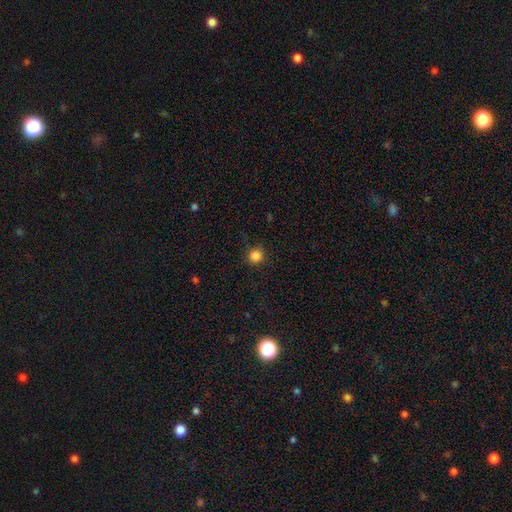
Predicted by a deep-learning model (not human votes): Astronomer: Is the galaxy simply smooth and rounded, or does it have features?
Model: smooth — 85%.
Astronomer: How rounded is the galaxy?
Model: round — 93%.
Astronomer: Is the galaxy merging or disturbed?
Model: none — 88%.